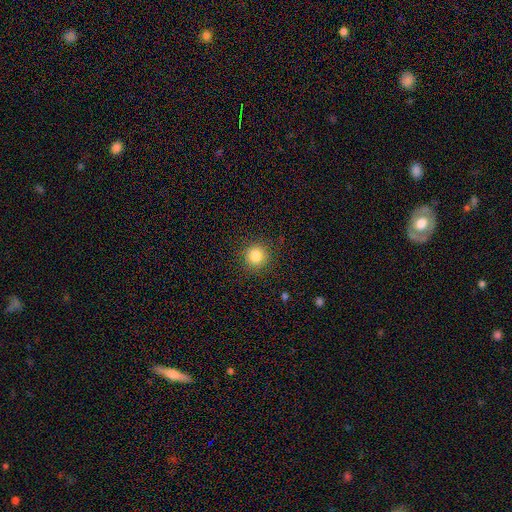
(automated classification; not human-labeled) Morphology: type=smooth (84%); roundness=round (94%); merging=none (91%).